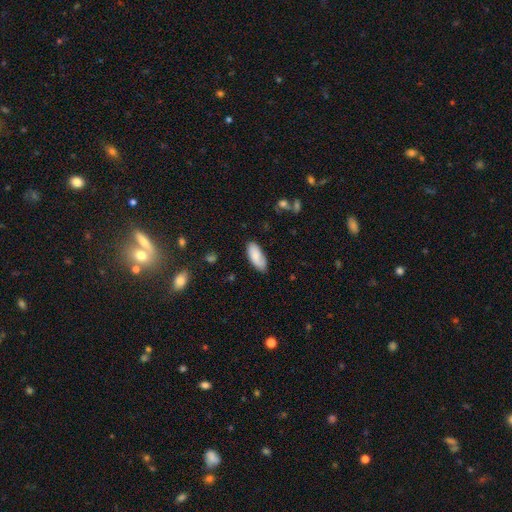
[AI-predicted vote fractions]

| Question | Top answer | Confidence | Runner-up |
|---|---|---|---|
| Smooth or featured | smooth | 78% | featured or disk (15%) |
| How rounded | in between | 87% | cigar-shaped (11%) |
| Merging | none | 75% | minor disturbance (20%) |